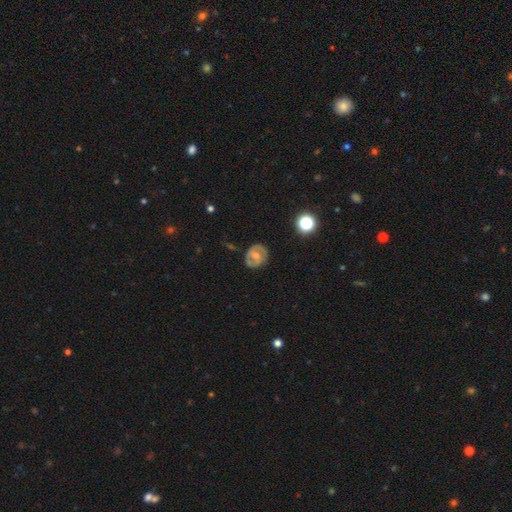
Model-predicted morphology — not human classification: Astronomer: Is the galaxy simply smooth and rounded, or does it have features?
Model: featured or disk — 67%.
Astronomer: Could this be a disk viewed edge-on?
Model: no — 97%.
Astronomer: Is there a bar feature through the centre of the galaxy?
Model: weak — 47% (runner-up: no, 34%).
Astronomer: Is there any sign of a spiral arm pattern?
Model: yes — 78%.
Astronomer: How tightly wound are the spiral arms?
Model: medium — 44% (runner-up: tight, 42%).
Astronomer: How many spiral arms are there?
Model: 2 — 79%.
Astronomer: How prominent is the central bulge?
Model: moderate — 49% (runner-up: small, 33%).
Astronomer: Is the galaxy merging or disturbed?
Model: none — 77%.